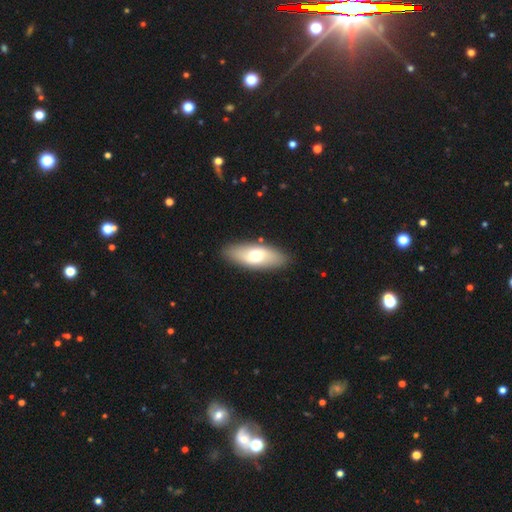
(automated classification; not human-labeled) Smooth or featured?
  - smooth: 63% *
  - featured or disk: 32%
  - star or artifact: 5%
How rounded?
  - in between: 81% *
  - cigar-shaped: 17%
  - round: 3%
Merging?
  - none: 88% *
  - minor disturbance: 9%
  - major disturbance: 2%
  - merger: 1%